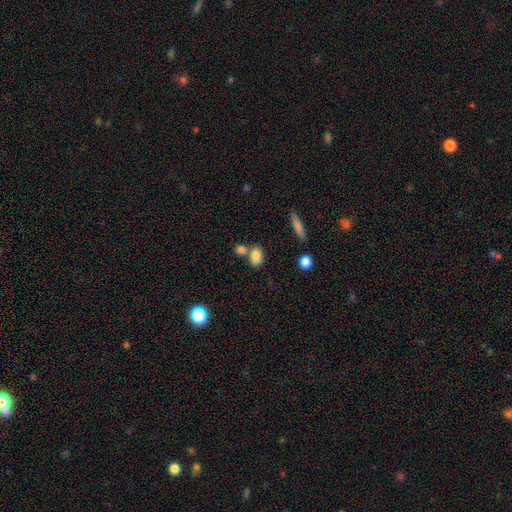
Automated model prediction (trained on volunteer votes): This is clearly a smooth galaxy (82%). How rounded: clearly in between (81%). Merging: possibly none (56%).